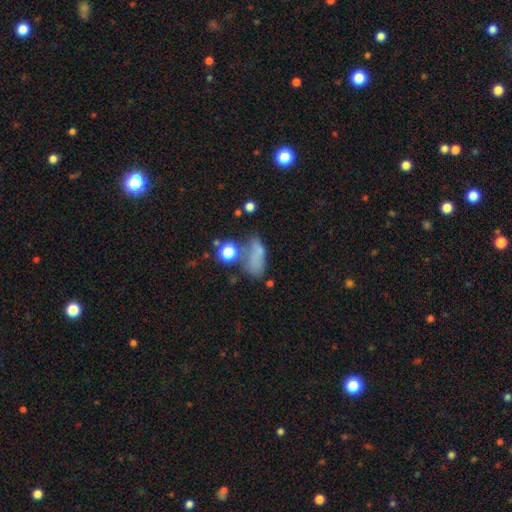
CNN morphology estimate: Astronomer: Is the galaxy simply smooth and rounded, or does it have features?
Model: smooth — 64%.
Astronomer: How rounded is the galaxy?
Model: in between — 72%.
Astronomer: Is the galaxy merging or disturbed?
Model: none — 36% (runner-up: major disturbance, 24%).